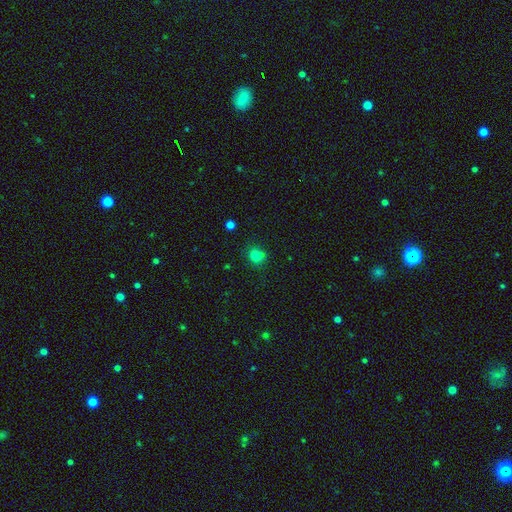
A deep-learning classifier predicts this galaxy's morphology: Smooth or featured?
  - smooth: 79% *
  - star or artifact: 15%
  - featured or disk: 7%
How rounded?
  - round: 82% *
  - in between: 17%
  - cigar-shaped: 1%
Merging?
  - none: 73% *
  - minor disturbance: 15%
  - merger: 8%
  - major disturbance: 4%